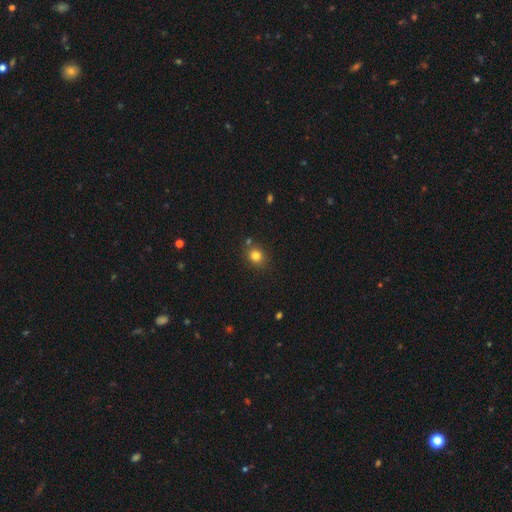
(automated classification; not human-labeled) smooth 81%, star or artifact 12%, featured or disk 7%. Down the decision tree: how rounded — round (76%); merging — none (78%).